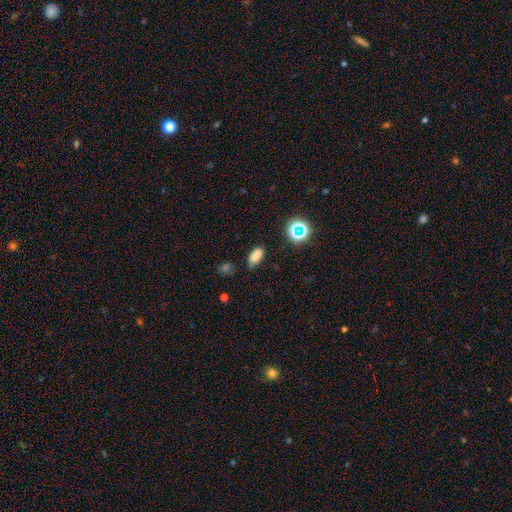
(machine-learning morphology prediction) The model was most divided on "merging": none: 77%, minor disturbance: 17%, major disturbance: 4%, merger: 2%. More confident: how rounded — in between (88%); smooth or featured — smooth (79%).